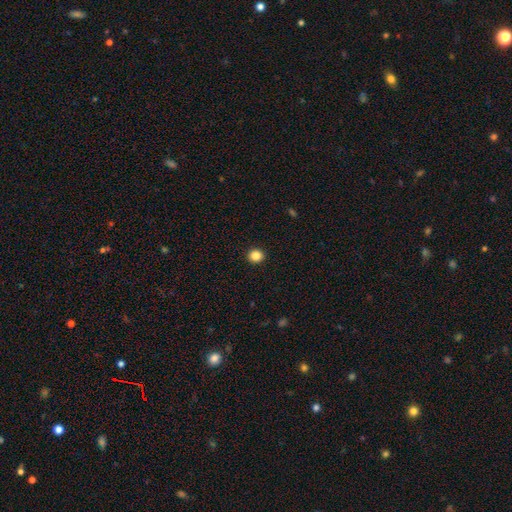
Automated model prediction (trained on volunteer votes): This is clearly a smooth galaxy (85%). How rounded: clearly round (89%). Merging: clearly none (93%).